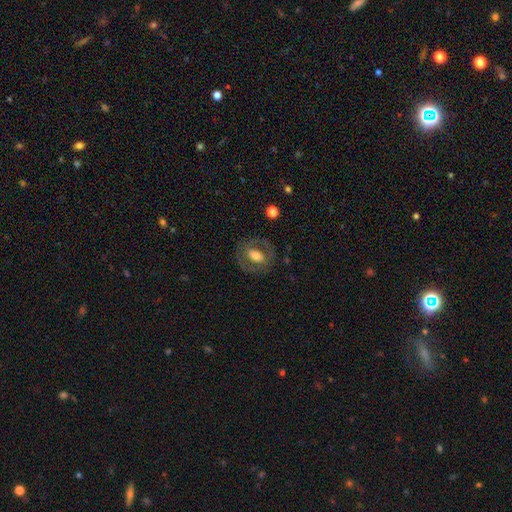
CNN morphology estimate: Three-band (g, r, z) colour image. It shows a smooth galaxy with no disk features (46%, tied with featured or disk). Merging: none (77%).